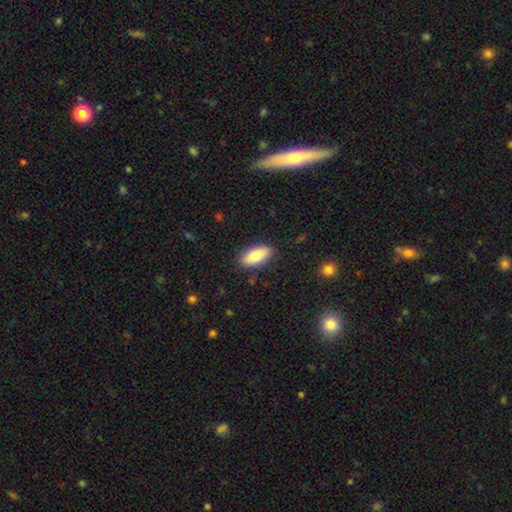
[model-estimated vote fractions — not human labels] A smooth galaxy with no disk features (80%) that is in between round and cigar-shaped (87%).

Vote fractions:
- Smooth or featured? smooth: 80% / featured or disk: 13% / star or artifact: 6%
- How rounded? in between: 87% / cigar-shaped: 10% / round: 3%
- Merging? none: 87% / minor disturbance: 9% / major disturbance: 2% / merger: 1%